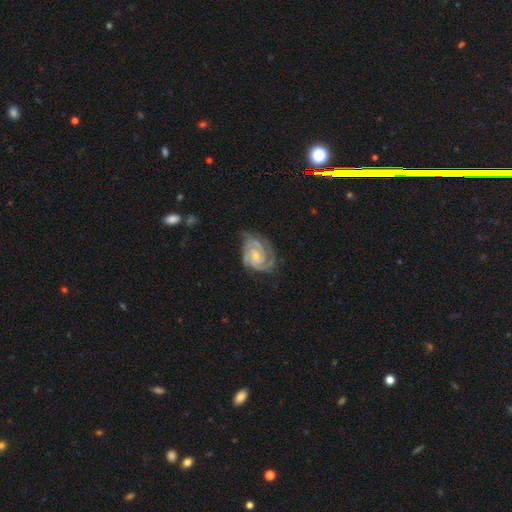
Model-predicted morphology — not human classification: featured or disk 91%, smooth 5%, star or artifact 4%. Down the decision tree: edge-on disk — no (98%); bar — no (62%); spiral arms — yes (98%); spiral arm count — 3 (42%); spiral winding — tight (66%); bulge size — small (59%); merging — none (64%).